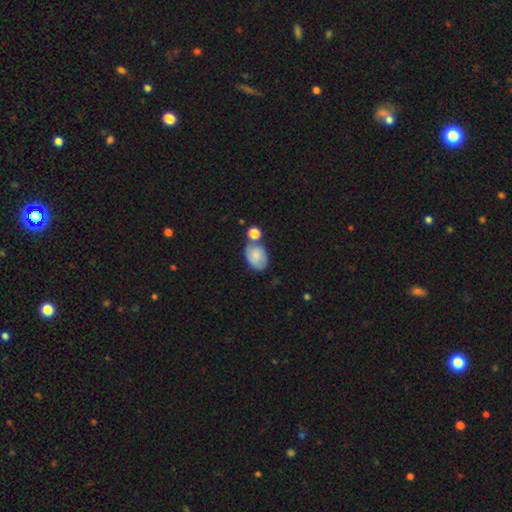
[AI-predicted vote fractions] A smooth galaxy with no disk features (78%) that is in between round and cigar-shaped (77%).

Vote fractions:
- Smooth or featured? smooth: 78% / featured or disk: 15% / star or artifact: 8%
- How rounded? in between: 77% / round: 22% / cigar-shaped: 1%
- Merging? none: 51% / merger: 24% / minor disturbance: 19% / major disturbance: 6%